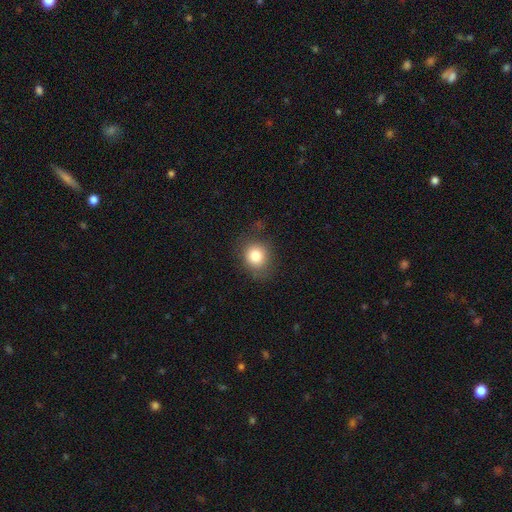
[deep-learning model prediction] smooth-or-featured: smooth: 82% | star or artifact: 10% | featured or disk: 8%
  how-rounded: round: 76% | in between: 23% | cigar-shaped: 1%
  merging: none: 77% | minor disturbance: 16% | major disturbance: 6% | merger: 1%